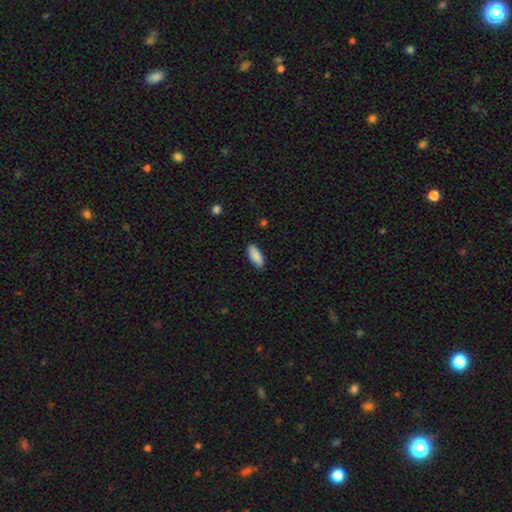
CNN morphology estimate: Overall: smooth (89%). How rounded: in between (75%). Merging: none (87%).